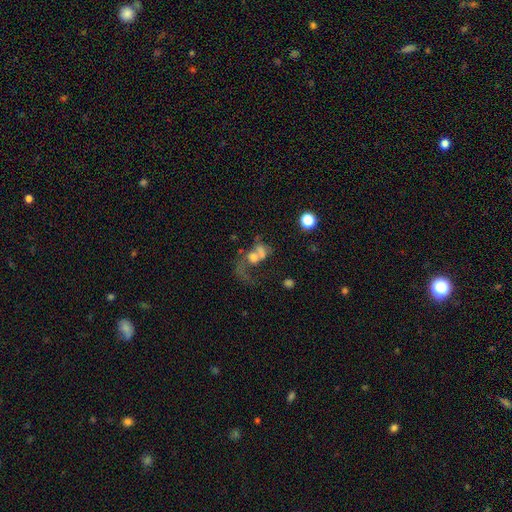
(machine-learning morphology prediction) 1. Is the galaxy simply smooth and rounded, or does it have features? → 43% smooth, 42% featured or disk, 15% star or artifact.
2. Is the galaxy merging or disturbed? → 50% merger, 29% major disturbance, 14% none, 7% minor disturbance.